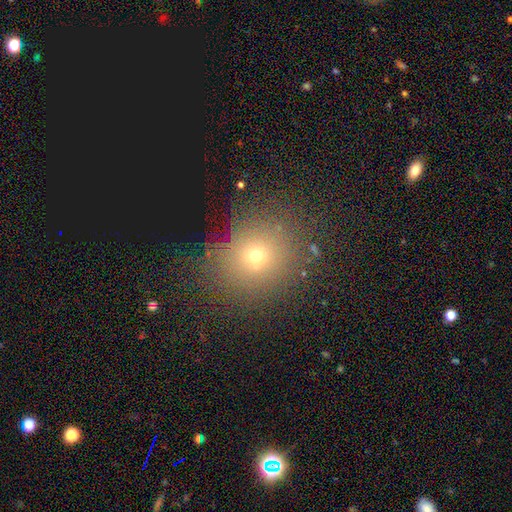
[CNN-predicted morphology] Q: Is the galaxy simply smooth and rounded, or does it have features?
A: smooth — 65%.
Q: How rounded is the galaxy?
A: round — 74%.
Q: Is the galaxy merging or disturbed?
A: none — 83%.